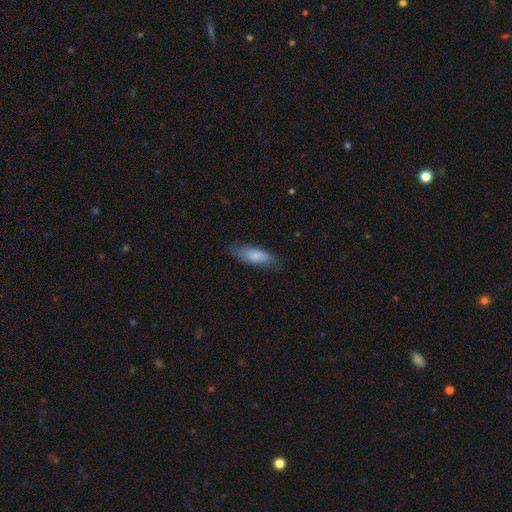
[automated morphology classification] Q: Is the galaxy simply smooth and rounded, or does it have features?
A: smooth — 74%.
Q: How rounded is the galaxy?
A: in between — 64%.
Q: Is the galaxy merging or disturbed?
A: none — 71%.